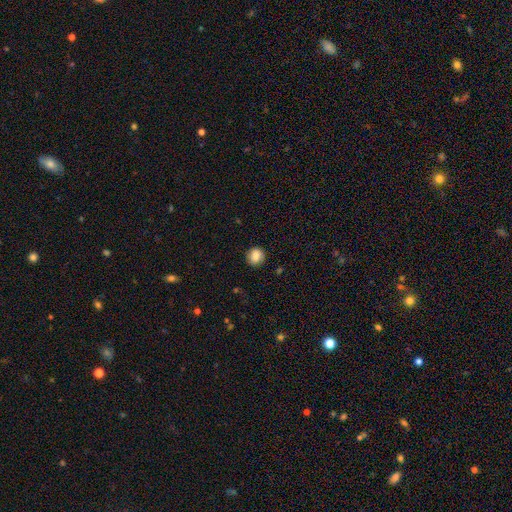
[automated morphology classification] Q: Smooth or featured?
A: smooth (84%); runner-up: star or artifact (9%)
Q: How rounded?
A: round (84%); runner-up: in between (15%)
Q: Merging?
A: none (87%); runner-up: minor disturbance (10%)